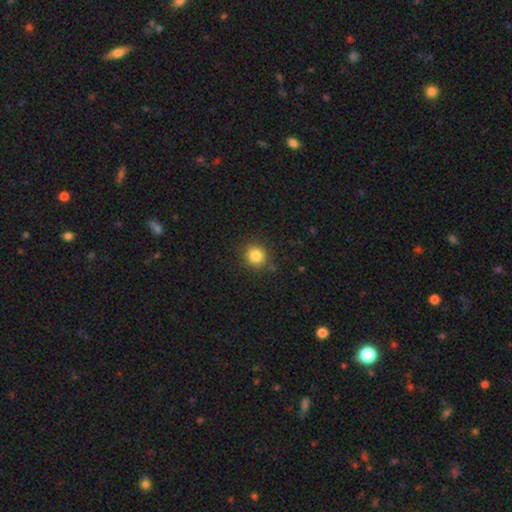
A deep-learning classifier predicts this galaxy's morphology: Q: Smooth or featured?
A: smooth (84%); runner-up: star or artifact (11%)
Q: How rounded?
A: round (88%); runner-up: in between (11%)
Q: Merging?
A: none (87%); runner-up: minor disturbance (9%)